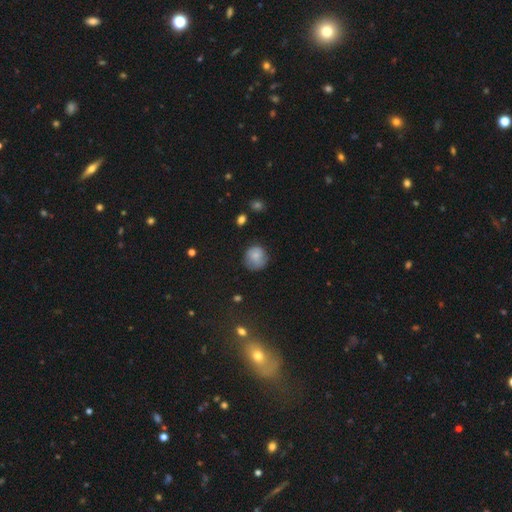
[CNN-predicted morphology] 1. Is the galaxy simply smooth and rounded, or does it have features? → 73% smooth, 17% featured or disk, 10% star or artifact.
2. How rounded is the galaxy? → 85% round, 14% in between, 1% cigar-shaped.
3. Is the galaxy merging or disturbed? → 68% none, 23% minor disturbance, 7% major disturbance, 2% merger.